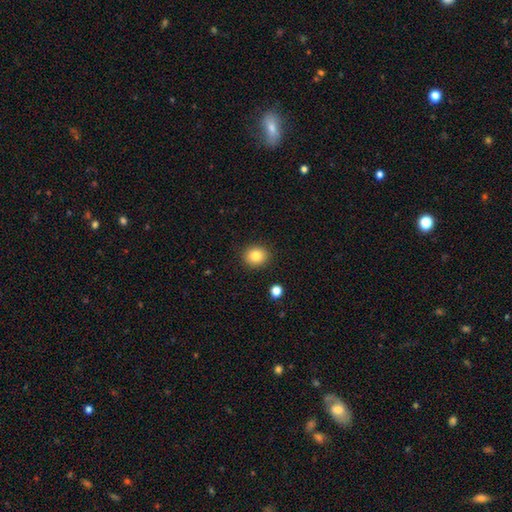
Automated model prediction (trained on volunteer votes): This is clearly a smooth galaxy (83%). How rounded: likely round (78%). Merging: clearly none (90%).